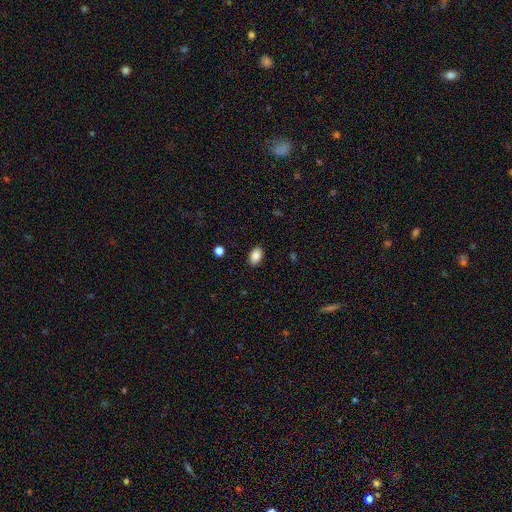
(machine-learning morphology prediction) This appears to be a smooth galaxy with no disk features (88%) that is in between round and cigar-shaped (88%). Merging: none (88%).